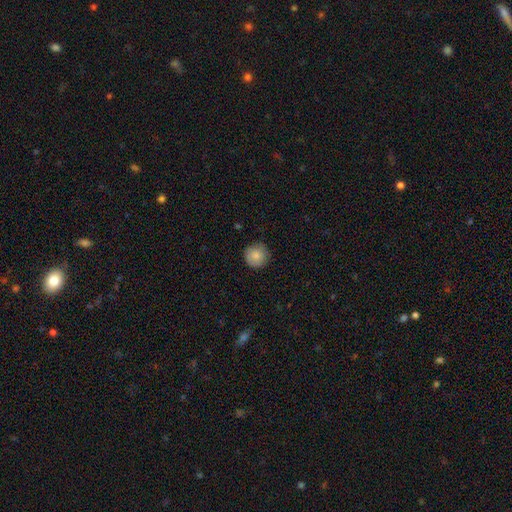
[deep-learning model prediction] smooth-or-featured: smooth: 84% | featured or disk: 9% | star or artifact: 8%
  how-rounded: round: 95% | in between: 4% | cigar-shaped: 1%
  merging: none: 85% | minor disturbance: 11% | major disturbance: 2% | merger: 1%